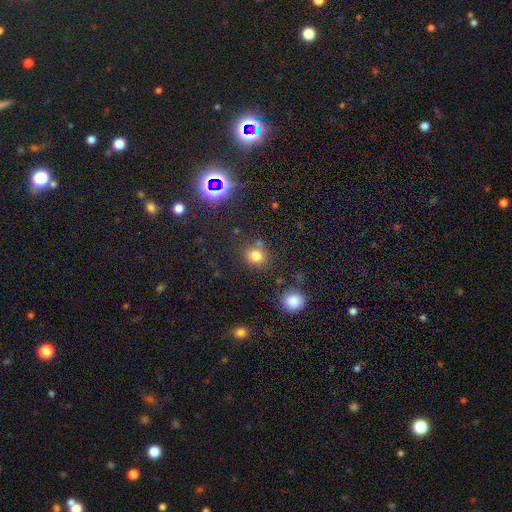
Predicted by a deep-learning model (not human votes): Overall: smooth (76%). How rounded: round (82%). Merging: none (73%).